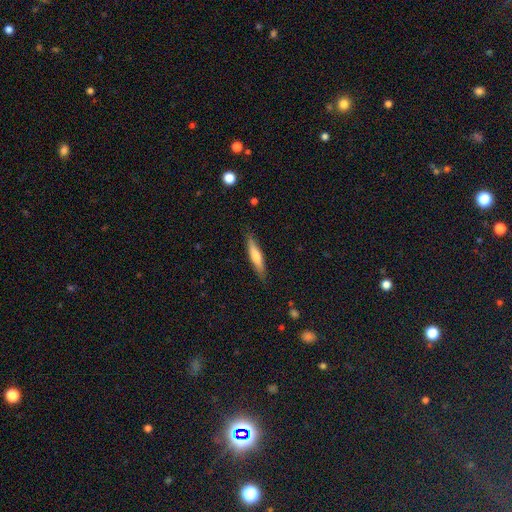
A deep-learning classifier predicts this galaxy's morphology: type=smooth (60%); roundness=cigar-shaped (83%); merging=none (86%).